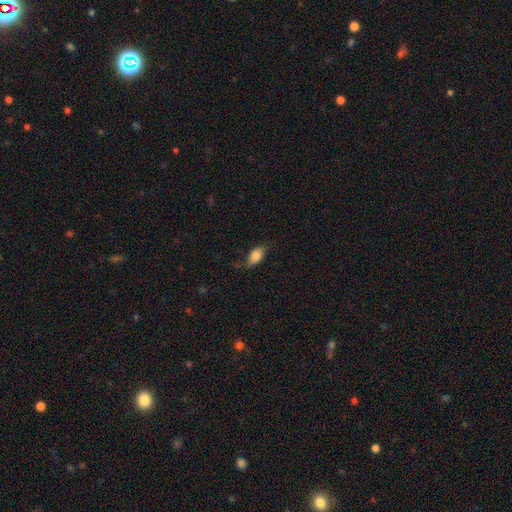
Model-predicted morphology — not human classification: smooth 76%, featured or disk 16%, star or artifact 8%. Down the decision tree: how rounded — in between (89%); merging — none (60%).